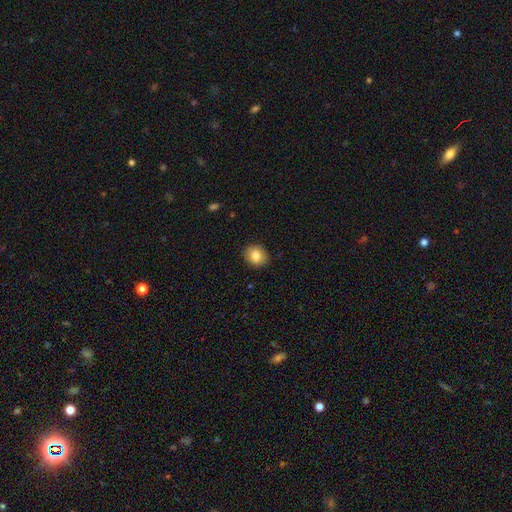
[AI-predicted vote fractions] A smooth galaxy with no disk features (82%) that is round (64%).

Vote fractions:
- Smooth or featured? smooth: 82% / featured or disk: 9% / star or artifact: 9%
- How rounded? round: 64% / in between: 35% / cigar-shaped: 1%
- Merging? none: 90% / minor disturbance: 8% / major disturbance: 2% / merger: 1%